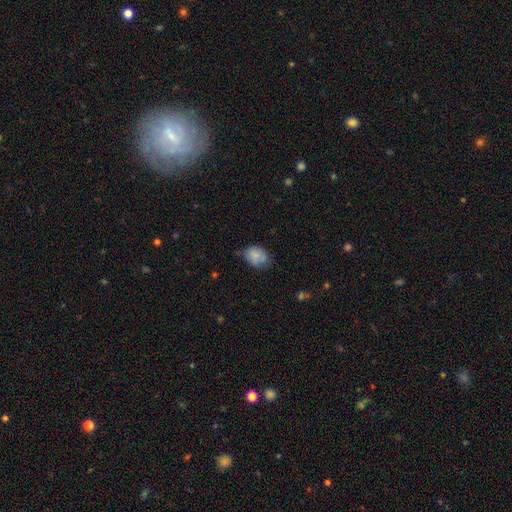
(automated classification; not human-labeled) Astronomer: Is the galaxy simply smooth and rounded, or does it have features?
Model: smooth — 79%.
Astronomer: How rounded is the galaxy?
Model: in between — 67%.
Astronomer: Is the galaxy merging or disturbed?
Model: none — 53% (runner-up: minor disturbance, 35%).